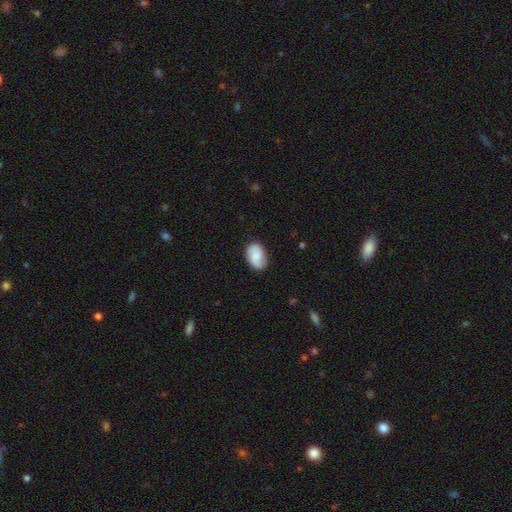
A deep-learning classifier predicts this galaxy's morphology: A smooth galaxy with no disk features (56%) that is in between round and cigar-shaped (87%).

Vote fractions:
- Smooth or featured? smooth: 56% / featured or disk: 36% / star or artifact: 8%
- How rounded? in between: 87% / round: 12% / cigar-shaped: 1%
- Merging? none: 79% / minor disturbance: 16% / major disturbance: 4% / merger: 1%